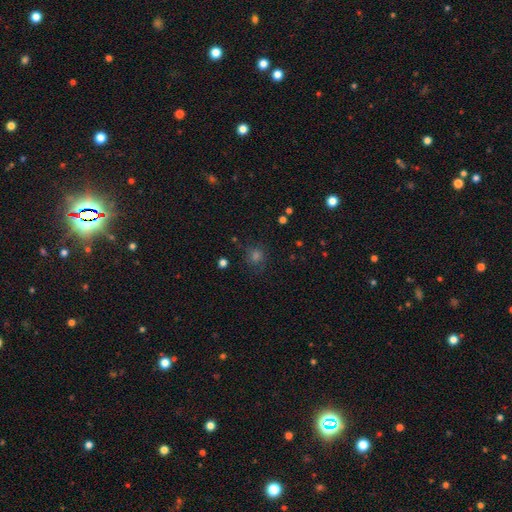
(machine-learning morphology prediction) Smooth or featured?
  - smooth: 61% *
  - star or artifact: 30%
  - featured or disk: 9%
How rounded?
  - round: 88% *
  - in between: 11%
  - cigar-shaped: 1%
Merging?
  - none: 80% *
  - minor disturbance: 13%
  - major disturbance: 6%
  - merger: 2%